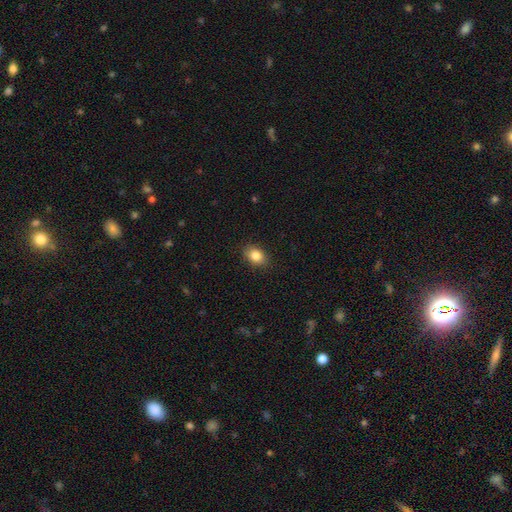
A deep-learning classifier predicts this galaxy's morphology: This appears to be a smooth galaxy with no disk features (85%) that is in between round and cigar-shaped (76%). Merging: none (87%).